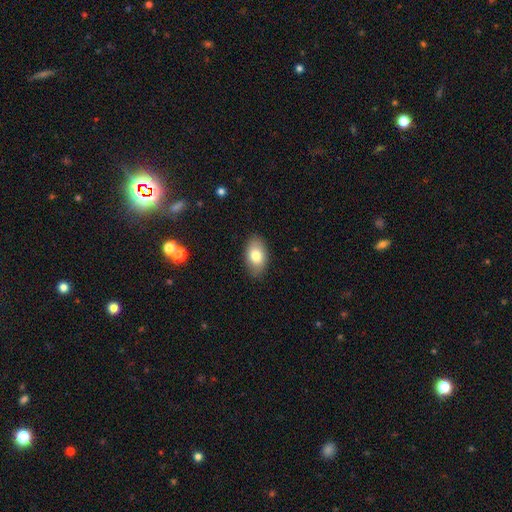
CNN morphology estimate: This is likely a smooth galaxy (79%). How rounded: clearly in between (91%). Merging: clearly none (86%).